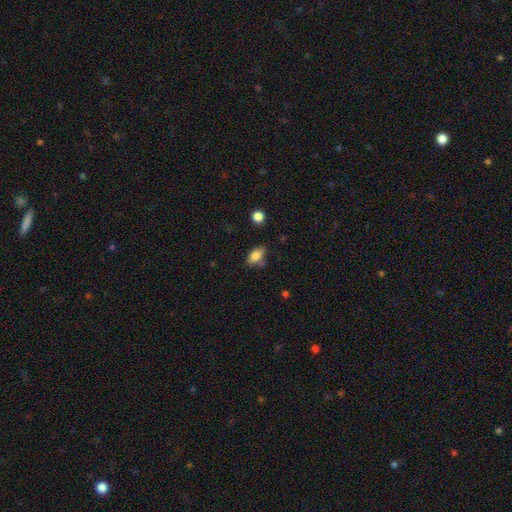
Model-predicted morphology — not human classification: Smooth or featured? Predicted: smooth (p=0.82). How rounded? Predicted: in between (p=0.87). Merging? Predicted: none (p=0.69).